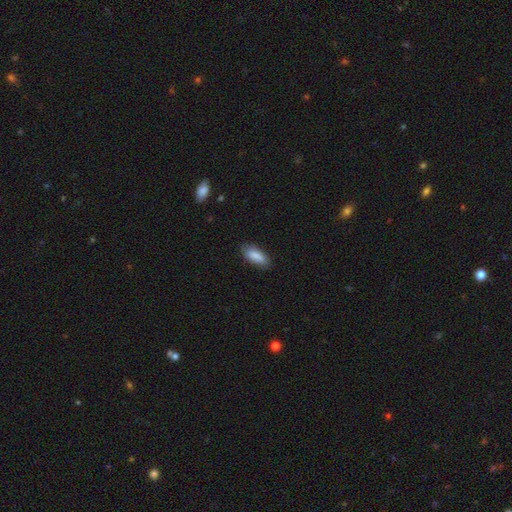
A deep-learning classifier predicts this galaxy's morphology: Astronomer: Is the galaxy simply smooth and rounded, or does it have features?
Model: smooth — 87%.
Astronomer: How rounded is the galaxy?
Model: in between — 77%.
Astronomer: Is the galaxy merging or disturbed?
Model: none — 80%.